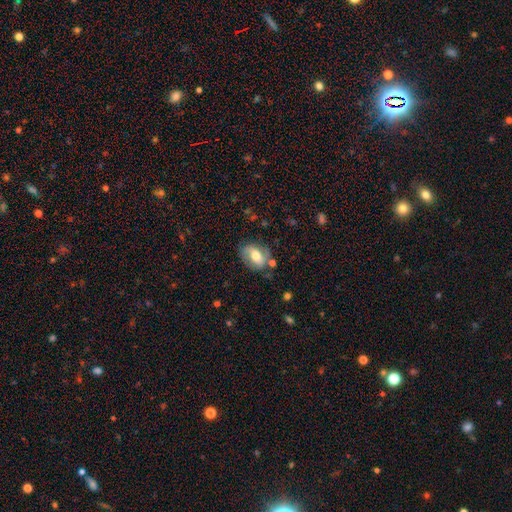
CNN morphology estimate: smooth 46% (tied), featured or disk 46% (tied), star or artifact 7%. Down the decision tree: merging — none (67%).